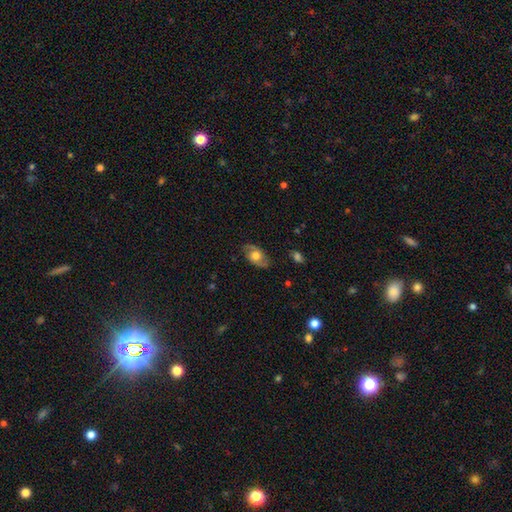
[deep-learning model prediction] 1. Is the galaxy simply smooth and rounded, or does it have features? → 51% featured or disk, 42% smooth, 7% star or artifact.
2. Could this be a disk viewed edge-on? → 90% no, 10% yes.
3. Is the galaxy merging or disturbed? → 79% none, 16% minor disturbance, 4% major disturbance, 1% merger.